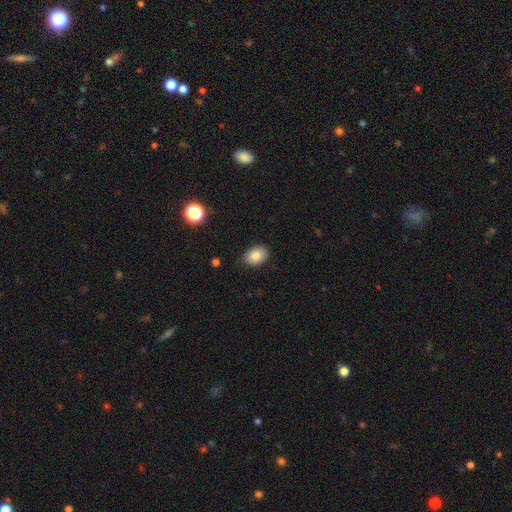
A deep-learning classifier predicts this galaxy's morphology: This is clearly a smooth galaxy (83%). How rounded: likely in between (77%). Merging: clearly none (83%).